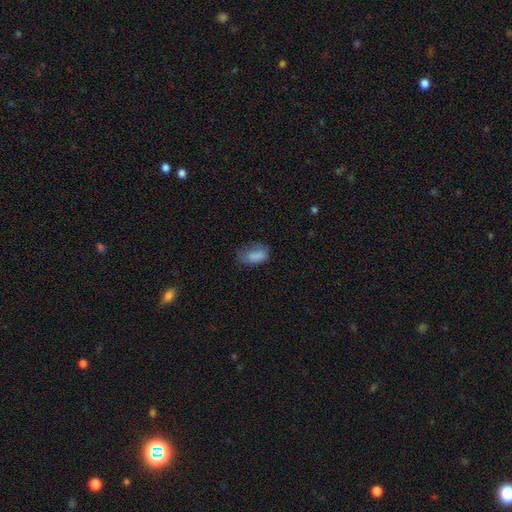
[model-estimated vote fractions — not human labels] This is clearly a smooth galaxy (81%). How rounded: clearly in between (90%). Merging: possibly none (45%).